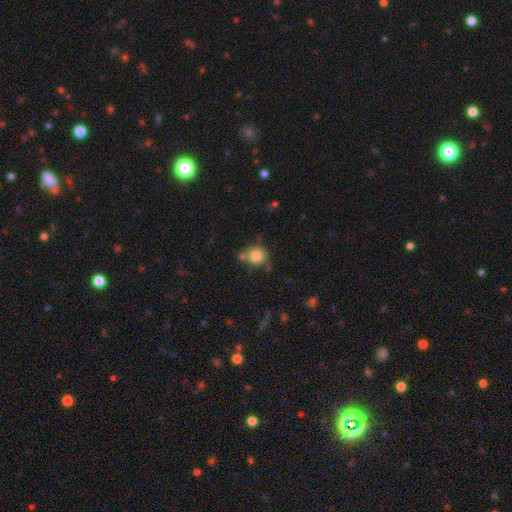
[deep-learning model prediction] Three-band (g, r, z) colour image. It shows a smooth galaxy with no disk features (82%) that is round (81%). Merging: none (67%).